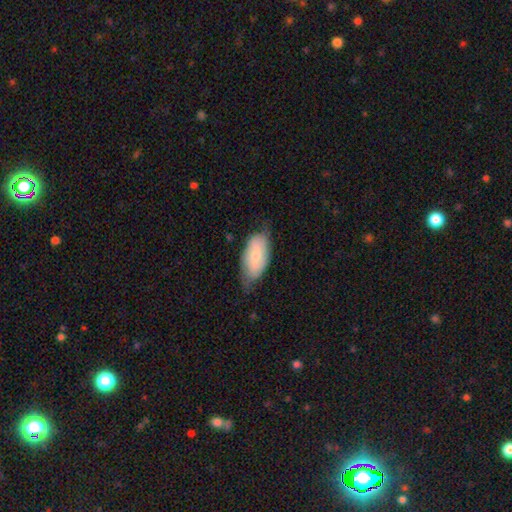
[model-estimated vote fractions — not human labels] A smooth galaxy with no disk features (67%) that is in between round and cigar-shaped (93%).

Vote fractions:
- Smooth or featured? smooth: 67% / featured or disk: 27% / star or artifact: 6%
- How rounded? in between: 93% / cigar-shaped: 5% / round: 3%
- Merging? none: 59% / minor disturbance: 32% / major disturbance: 7% / merger: 1%